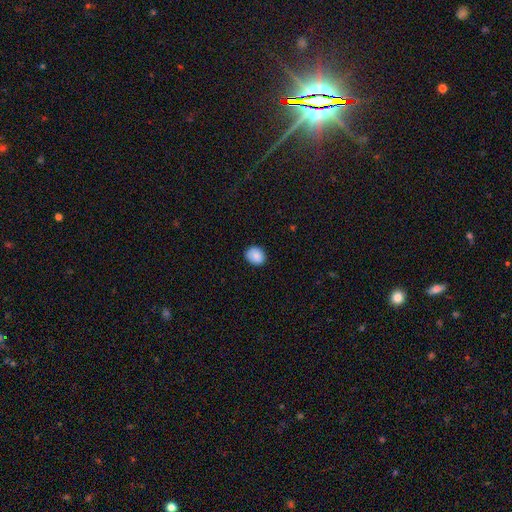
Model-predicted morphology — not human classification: Smooth or featured? Predicted: smooth (p=0.85). How rounded? Predicted: round (p=0.70). Merging? Predicted: none (p=0.87).